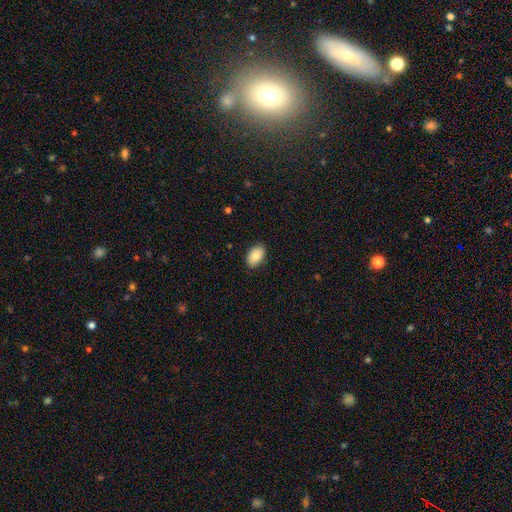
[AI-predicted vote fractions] A smooth galaxy with no disk features (87%) that is in between round and cigar-shaped (91%).

Vote fractions:
- Smooth or featured? smooth: 87% / star or artifact: 7% / featured or disk: 7%
- How rounded? in between: 91% / round: 8% / cigar-shaped: 1%
- Merging? none: 86% / minor disturbance: 11% / major disturbance: 2% / merger: 1%